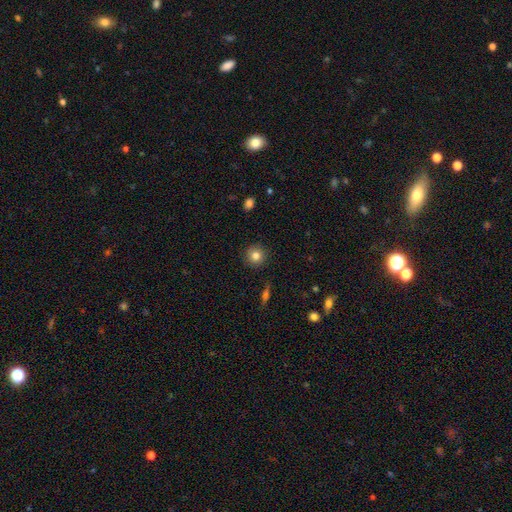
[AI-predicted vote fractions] Smooth or featured? Predicted: smooth (p=0.82). How rounded? Predicted: round (p=0.94). Merging? Predicted: none (p=0.91).